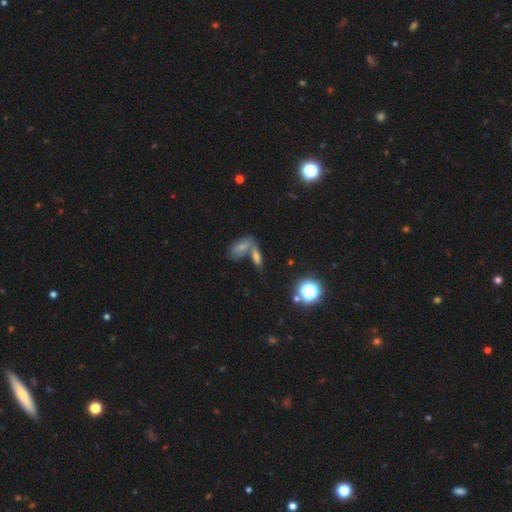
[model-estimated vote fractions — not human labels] Q: Smooth or featured?
A: smooth (57%); runner-up: star or artifact (22%)
Q: How rounded?
A: in between (59%); runner-up: cigar-shaped (28%)
Q: Merging?
A: merger (49%); runner-up: none (38%)